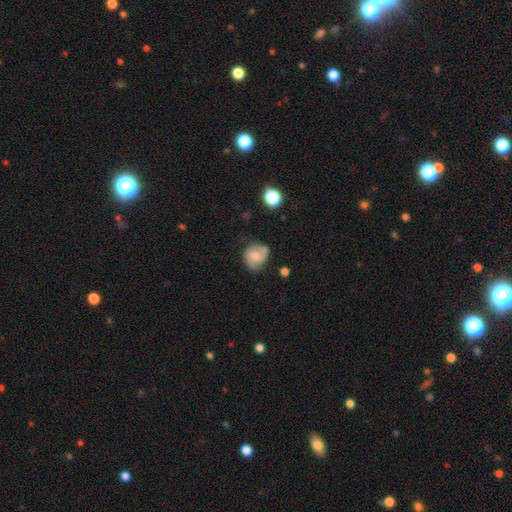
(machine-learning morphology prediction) smooth-or-featured: featured or disk: 54% | smooth: 38% | star or artifact: 8%
  disk-edge-on: no: 97% | yes: 3%
    bar: weak: 49% | no: 37% | strong: 13%
    has-spiral-arms: yes: 87% | no: 13%
    bulge-size: moderate: 40% | small: 39% | none: 15% | large: 5% | dominant: 1%
  merging: none: 69% | minor disturbance: 22% | major disturbance: 7% | merger: 2%